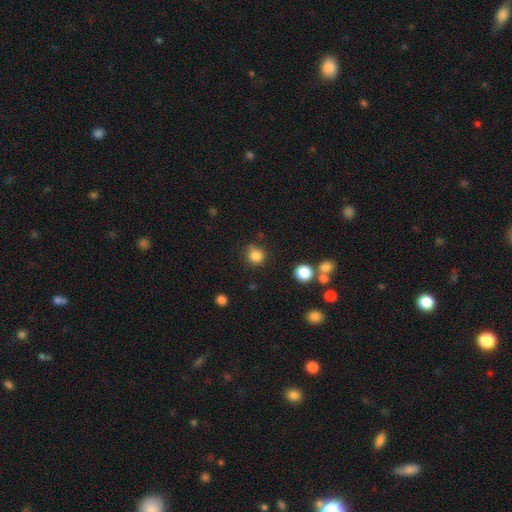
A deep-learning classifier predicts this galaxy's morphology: Smooth or featured? smooth (84%)
How rounded? round (90%)
Merging? none (77%)